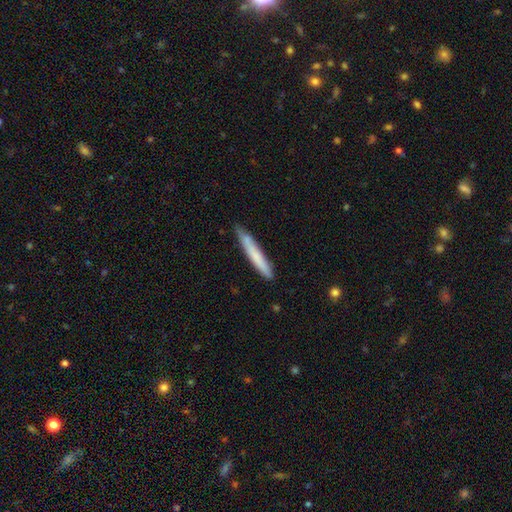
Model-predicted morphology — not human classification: Smooth or featured? Predicted: smooth (p=0.69). How rounded? Predicted: cigar-shaped (p=0.96). Merging? Predicted: none (p=0.80).